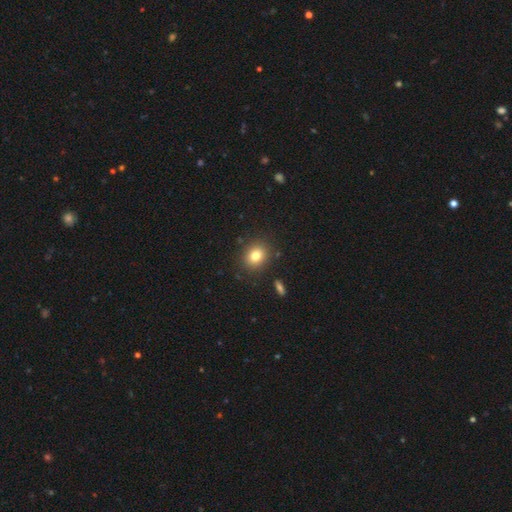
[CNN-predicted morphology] smooth 79%, star or artifact 12%, featured or disk 9%. Down the decision tree: how rounded — round (64%); merging — none (87%).